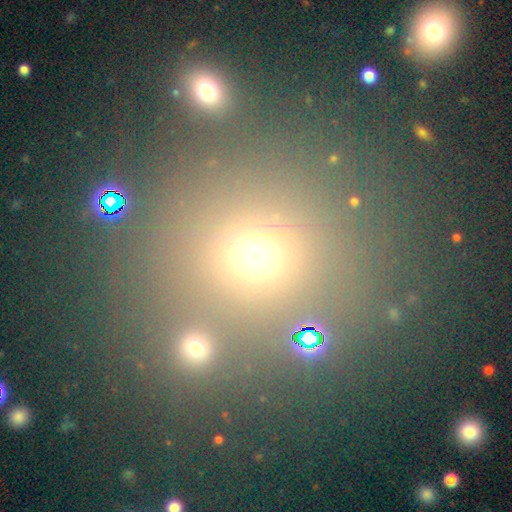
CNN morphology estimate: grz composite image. It shows a smooth galaxy with no disk features (66%) that is round (79%). Merging: none (64%).